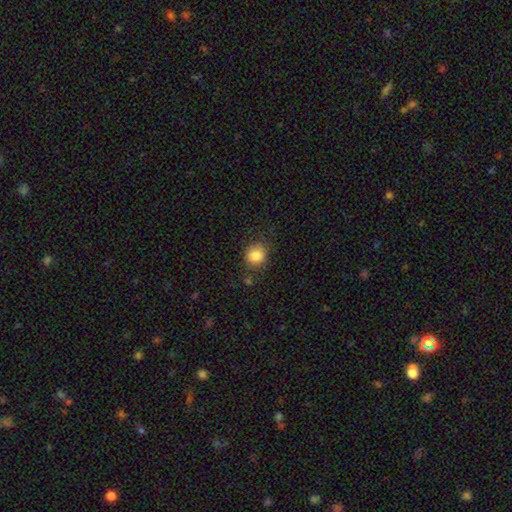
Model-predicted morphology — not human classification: Smooth or featured: smooth — 85% (star or artifact — 10%)
How rounded: round — 85% (in between — 14%)
Merging: none — 76% (minor disturbance — 16%)